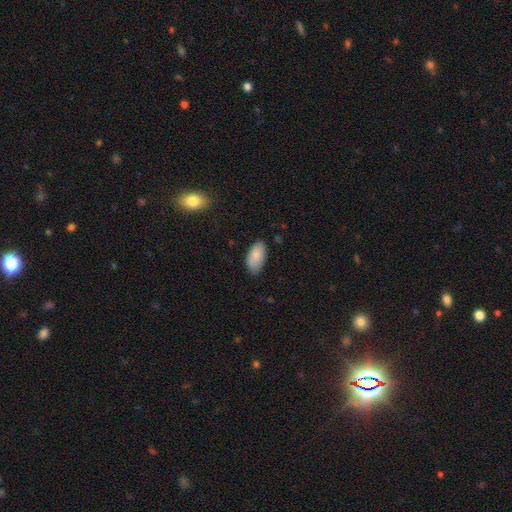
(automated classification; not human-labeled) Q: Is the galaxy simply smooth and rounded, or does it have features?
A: smooth — 85%.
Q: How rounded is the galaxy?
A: in between — 94%.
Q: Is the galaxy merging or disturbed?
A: none — 76%.